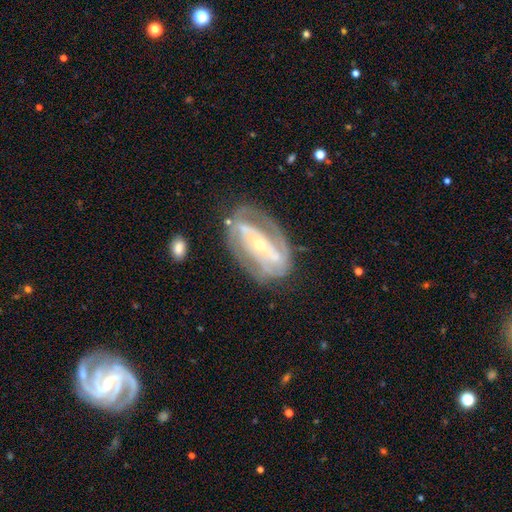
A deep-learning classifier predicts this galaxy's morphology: Smooth or featured?
  - featured or disk: 81% *
  - smooth: 11%
  - star or artifact: 8%
Edge-on disk?
  - no: 90% *
  - yes: 10%
Bar?
  - strong: 55% *
  - weak: 27%
  - no: 18%
Spiral arms?
  - yes: 81% *
  - no: 19%
Spiral winding?
  - tight: 51% *
  - medium: 33%
  - loose: 16%
Spiral arm count?
  - 2: 55% *
  - can't tell: 26%
  - 3: 8%
  - 1: 5%
  - 4: 3%
  - more than 4: 3%
Bulge size?
  - small: 61% *
  - moderate: 36%
  - large: 2%
  - none: 1%
  - dominant: 1%
Merging?
  - none: 71% *
  - minor disturbance: 18%
  - major disturbance: 9%
  - merger: 2%